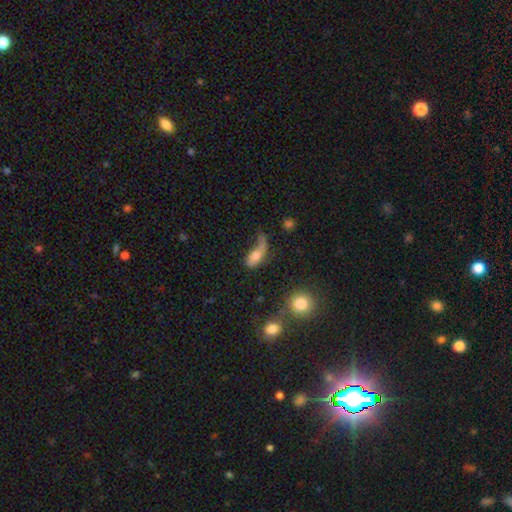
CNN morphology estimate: Smooth or featured: smooth — 58% (featured or disk — 31%)
How rounded: in between — 74% (cigar-shaped — 18%)
Merging: major disturbance — 45% (none — 24%)